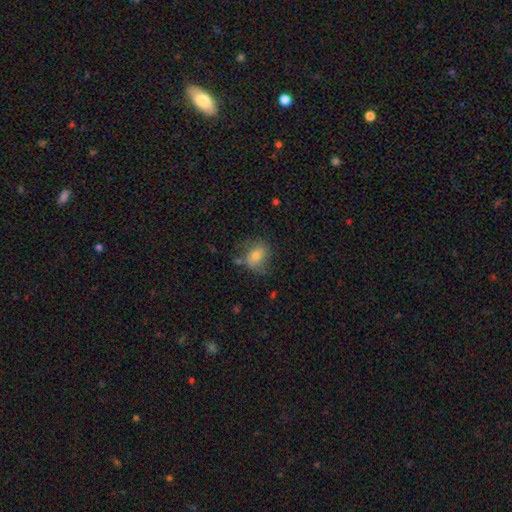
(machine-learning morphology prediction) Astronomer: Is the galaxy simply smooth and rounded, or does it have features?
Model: smooth — 66%.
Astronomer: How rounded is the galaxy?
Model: in between — 60% (runner-up: round, 38%).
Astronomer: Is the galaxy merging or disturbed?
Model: none — 59%.